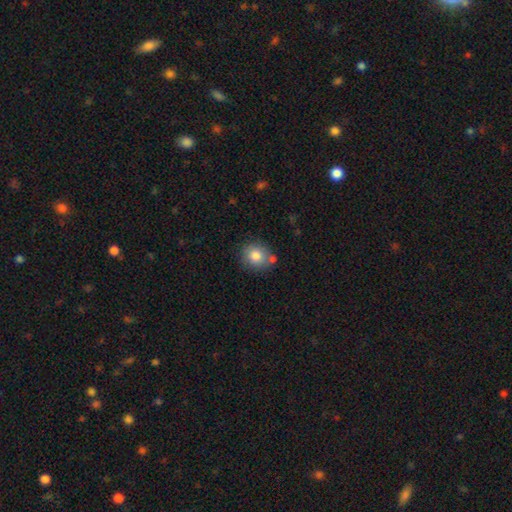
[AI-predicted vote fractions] A smooth galaxy with no disk features (82%) that is round (79%).

Vote fractions:
- Smooth or featured? smooth: 82% / featured or disk: 9% / star or artifact: 9%
- How rounded? round: 79% / in between: 20% / cigar-shaped: 1%
- Merging? none: 71% / minor disturbance: 14% / merger: 11% / major disturbance: 4%